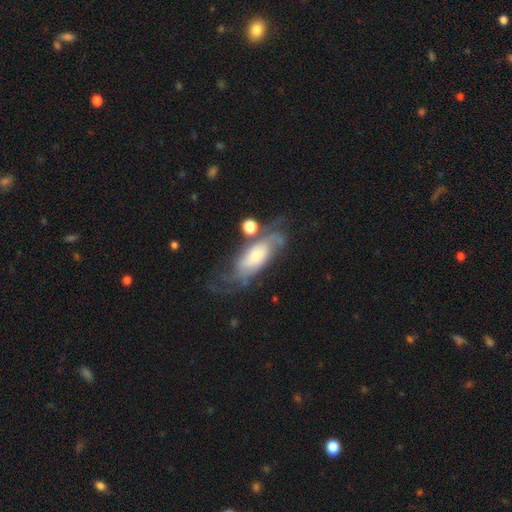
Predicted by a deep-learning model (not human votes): A featured or disk galaxy (62%) with no bar (69%), spiral arms (84%) and a small central bulge (41%).

Vote fractions:
- Smooth or featured? featured or disk: 62% / smooth: 31% / star or artifact: 7%
- Edge-on disk? no: 85% / yes: 15%
- Bar? no: 69% / weak: 24% / strong: 7%
- Spiral arms? yes: 84% / no: 16%
- Bulge size? small: 41% / moderate: 32% / large: 16% / none: 7% / dominant: 4%
- Merging? none: 45% / major disturbance: 23% / minor disturbance: 23% / merger: 9%